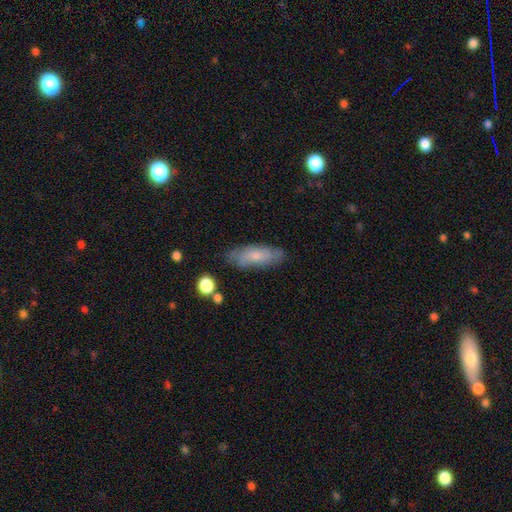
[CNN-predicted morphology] Smooth or featured: smooth — 64% (featured or disk — 29%)
How rounded: in between — 61% (cigar-shaped — 36%)
Merging: none — 77% (minor disturbance — 17%)